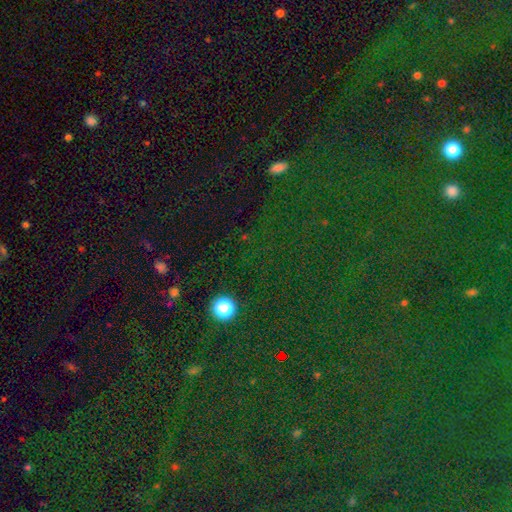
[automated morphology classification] type=star or artifact (76%).